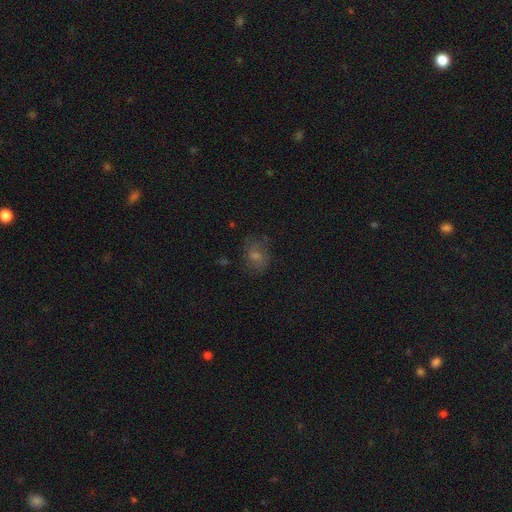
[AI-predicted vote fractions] Smooth or featured: smooth — 51% (star or artifact — 26%)
How rounded: round — 59% (in between — 39%)
Merging: none — 73% (minor disturbance — 17%)